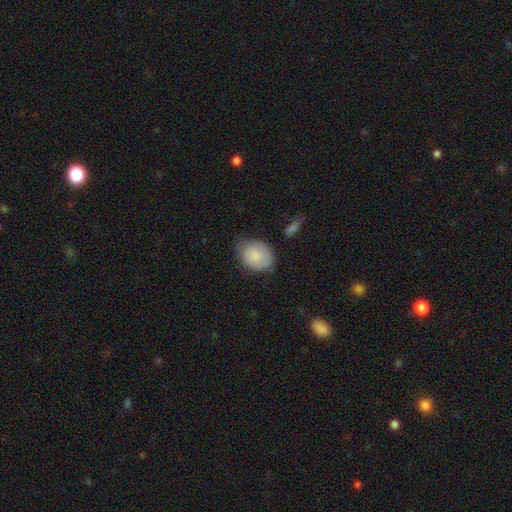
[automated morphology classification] smooth-or-featured: smooth: 84% | featured or disk: 10% | star or artifact: 6%
  how-rounded: in between: 55% | round: 43% | cigar-shaped: 1%
  merging: none: 55% | minor disturbance: 33% | major disturbance: 7% | merger: 4%